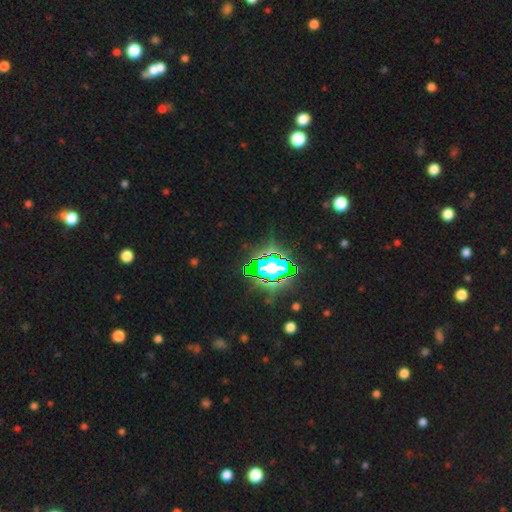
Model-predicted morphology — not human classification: smooth_or_featured: star or artifact (p=0.76) [alt: smooth p=0.14]